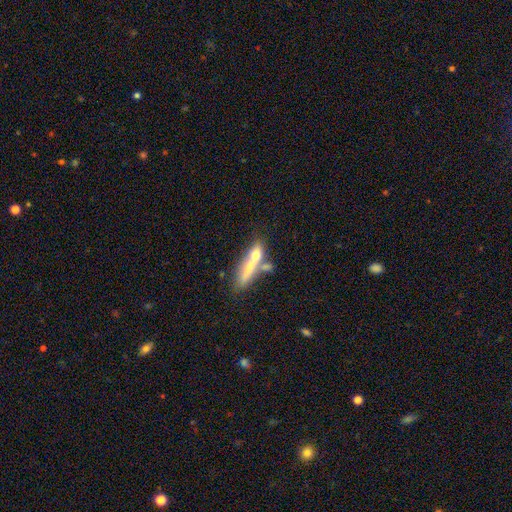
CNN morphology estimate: Smooth or featured? Predicted: smooth (p=0.55). How rounded? Predicted: cigar-shaped (p=0.58). Merging? Predicted: merger (p=0.49).